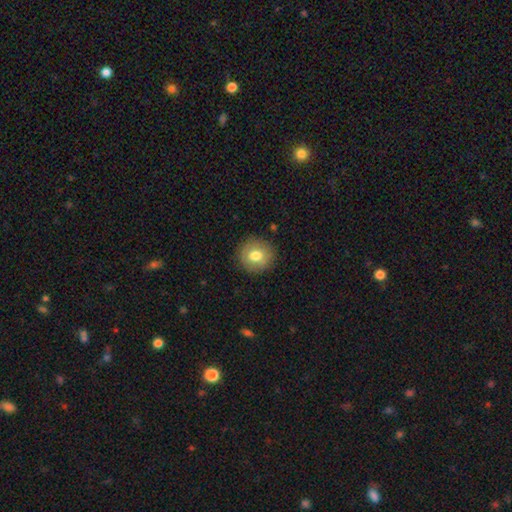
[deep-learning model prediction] Smooth or featured? Predicted: smooth (p=0.76). How rounded? Predicted: round (p=0.90). Merging? Predicted: none (p=0.89).